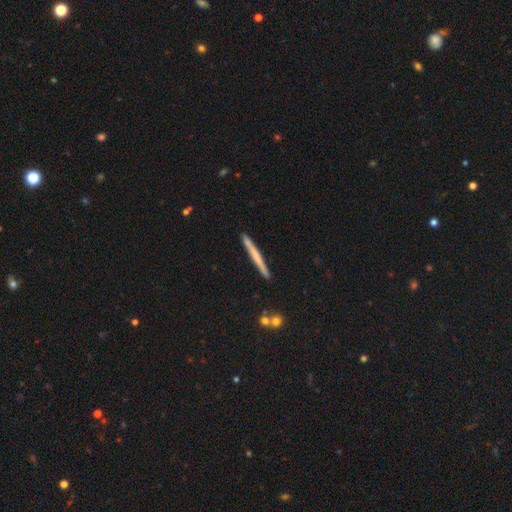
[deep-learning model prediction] Q: Smooth or featured?
A: smooth (55%); runner-up: featured or disk (39%)
Q: How rounded?
A: cigar-shaped (97%); runner-up: in between (2%)
Q: Merging?
A: none (90%); runner-up: minor disturbance (7%)